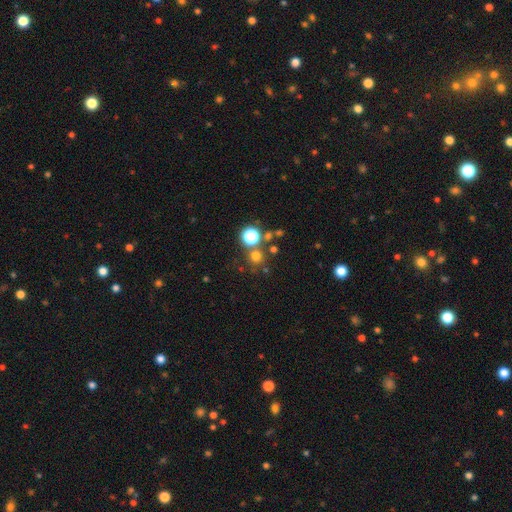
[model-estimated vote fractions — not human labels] Overall: smooth (67%). How rounded: round (92%). Merging: none (74%).